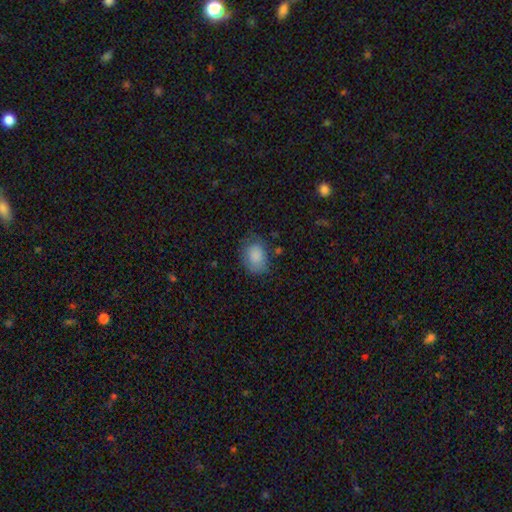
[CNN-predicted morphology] Smooth or featured?
  - smooth: 85% *
  - star or artifact: 8%
  - featured or disk: 7%
How rounded?
  - in between: 72% *
  - round: 27%
  - cigar-shaped: 1%
Merging?
  - none: 64% *
  - minor disturbance: 25%
  - major disturbance: 8%
  - merger: 2%